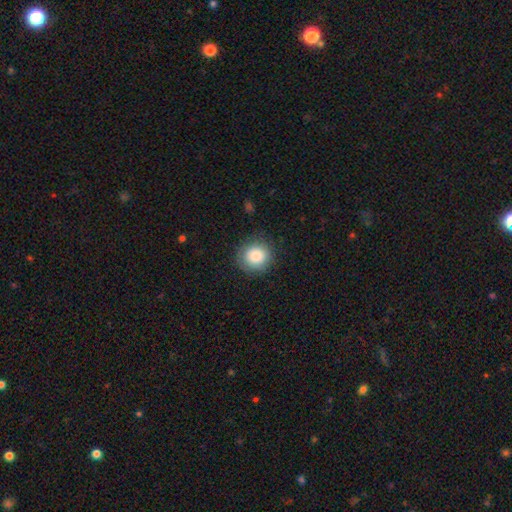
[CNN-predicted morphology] Q: Smooth or featured?
A: smooth (84%); runner-up: star or artifact (9%)
Q: How rounded?
A: round (92%); runner-up: in between (7%)
Q: Merging?
A: none (86%); runner-up: minor disturbance (10%)